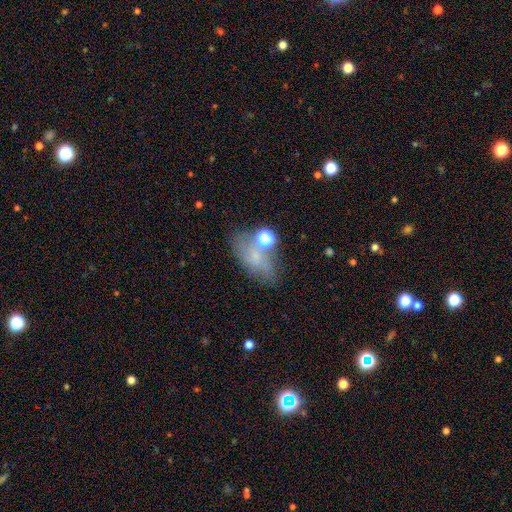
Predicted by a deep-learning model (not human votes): smooth-or-featured: smooth: 60% | featured or disk: 22% | star or artifact: 18%
  how-rounded: in between: 81% | round: 13% | cigar-shaped: 6%
  merging: none: 55% | minor disturbance: 21% | merger: 13% | major disturbance: 12%